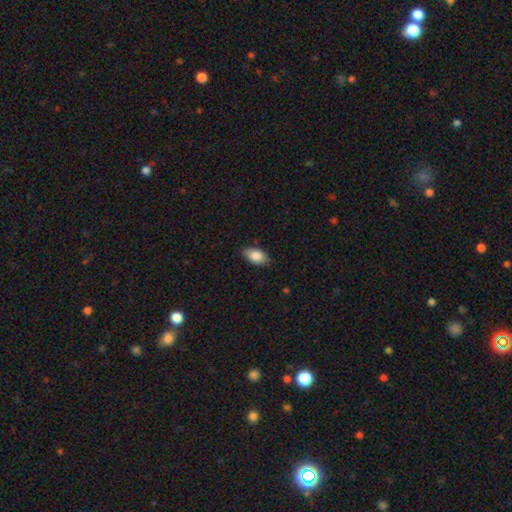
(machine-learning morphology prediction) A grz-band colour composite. It shows a smooth galaxy with no disk features (86%) that is in between round and cigar-shaped (93%). Merging: none (84%).